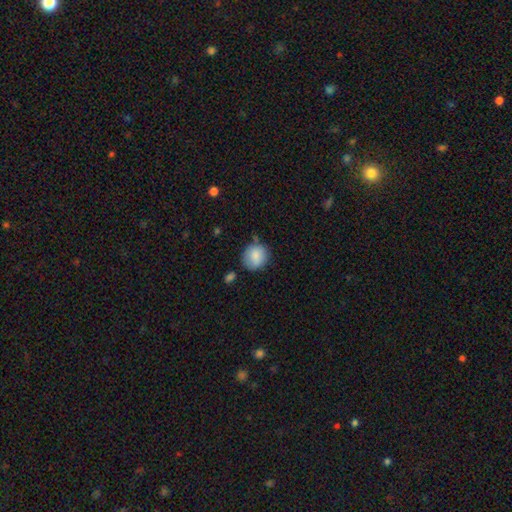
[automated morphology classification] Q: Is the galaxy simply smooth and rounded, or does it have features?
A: smooth — 86%.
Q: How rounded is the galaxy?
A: round — 83%.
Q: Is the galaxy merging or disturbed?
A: none — 69%.